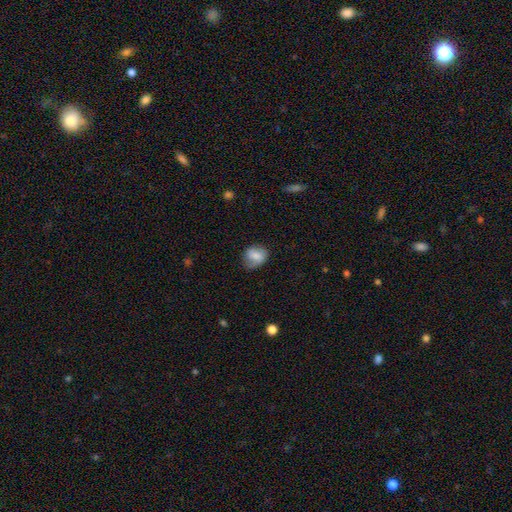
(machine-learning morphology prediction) Smooth or featured? smooth (74%)
How rounded? round (53%)
Merging? none (59%)